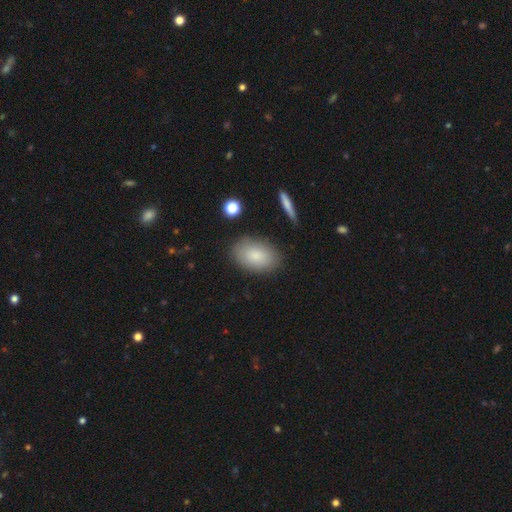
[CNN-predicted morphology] smooth_or_featured: smooth (p=0.84) [alt: featured or disk p=0.09]
how_rounded: in between (p=0.91) [alt: round p=0.07]
merging: none (p=0.83) [alt: minor disturbance p=0.12]